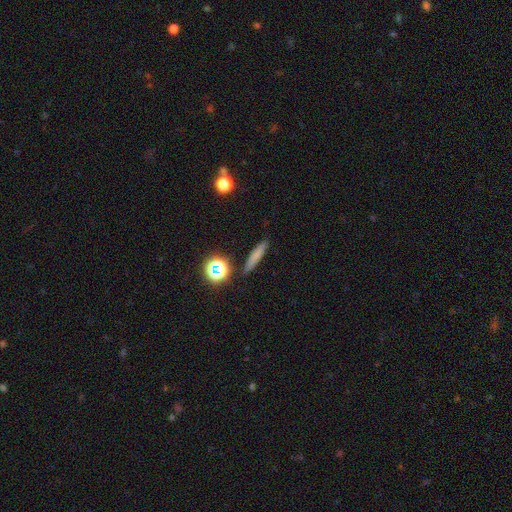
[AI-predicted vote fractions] smooth-or-featured: smooth: 70% | featured or disk: 16% | star or artifact: 14%
  how-rounded: cigar-shaped: 84% | in between: 10% | round: 6%
  merging: none: 85% | minor disturbance: 10% | merger: 3% | major disturbance: 2%